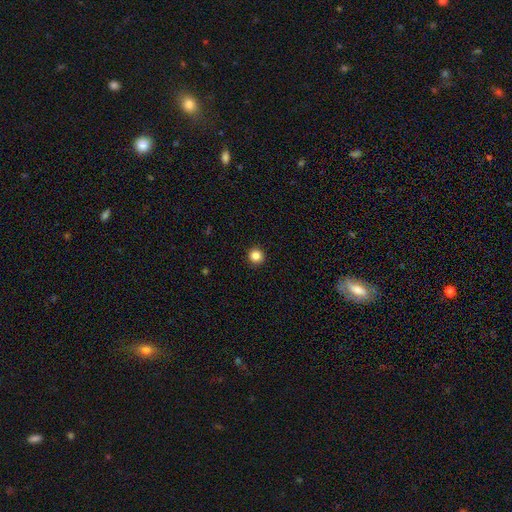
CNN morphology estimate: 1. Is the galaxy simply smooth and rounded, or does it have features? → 86% smooth, 11% star or artifact, 4% featured or disk.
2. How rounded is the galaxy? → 96% round, 3% in between, 1% cigar-shaped.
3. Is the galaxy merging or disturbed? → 94% none, 4% minor disturbance, 2% major disturbance, 1% merger.